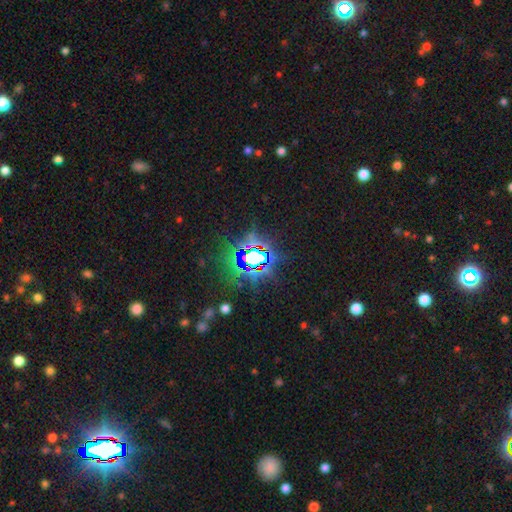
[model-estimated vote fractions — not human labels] Q: Smooth or featured?
A: star or artifact (83%); runner-up: smooth (10%)